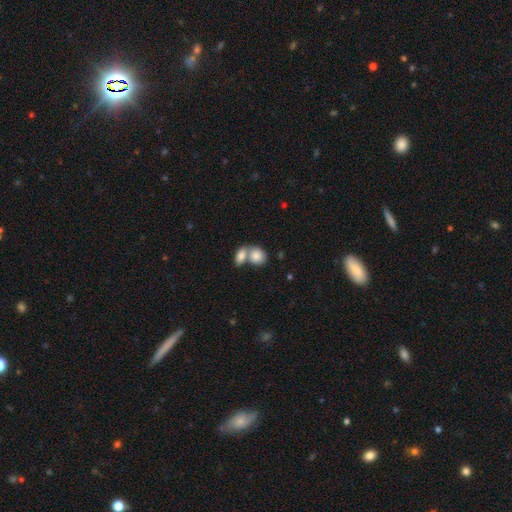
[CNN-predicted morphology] Q: Smooth or featured?
A: smooth (84%); runner-up: featured or disk (9%)
Q: How rounded?
A: in between (55%); runner-up: round (43%)
Q: Merging?
A: merger (59%); runner-up: none (30%)